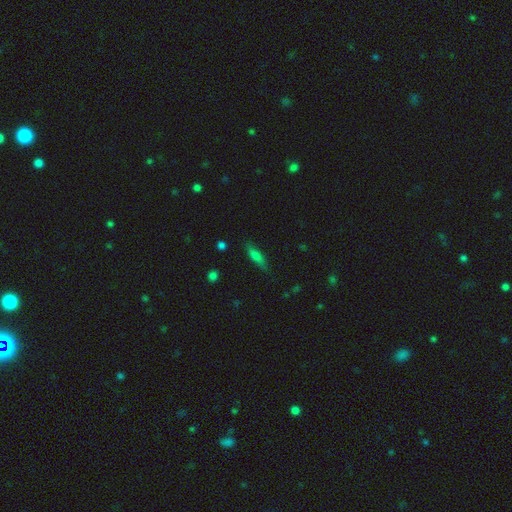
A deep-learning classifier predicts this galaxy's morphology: Smooth or featured? smooth (68%)
How rounded? cigar-shaped (62%)
Merging? none (76%)